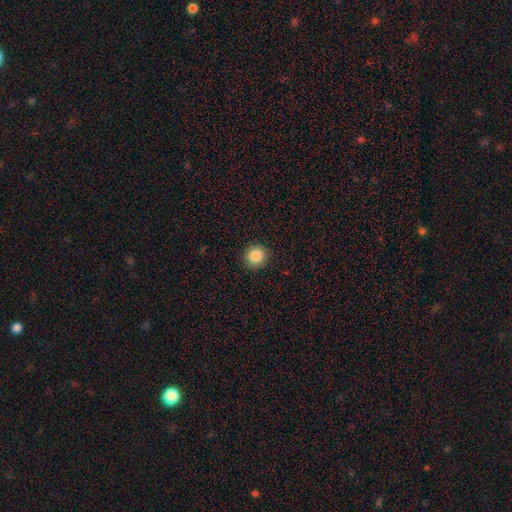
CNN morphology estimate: type=smooth (86%); roundness=round (92%); merging=none (91%).